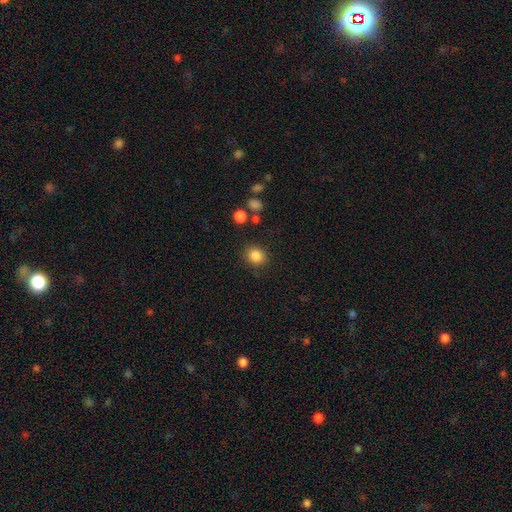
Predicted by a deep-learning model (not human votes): Smooth or featured?
  - smooth: 85% *
  - star or artifact: 10%
  - featured or disk: 4%
How rounded?
  - round: 80% *
  - in between: 19%
  - cigar-shaped: 1%
Merging?
  - none: 85% *
  - minor disturbance: 9%
  - major disturbance: 3%
  - merger: 3%